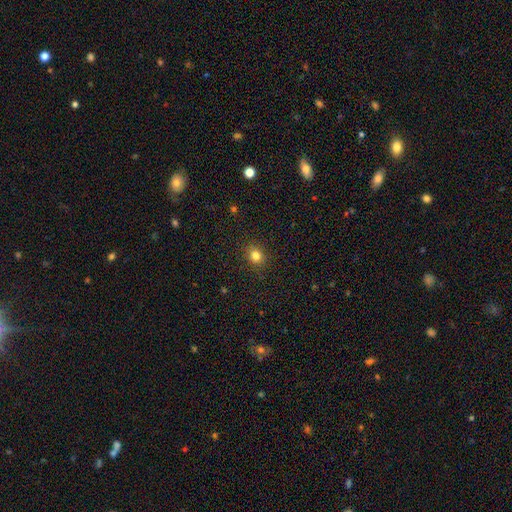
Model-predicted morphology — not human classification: The model was most divided on "how rounded": round: 68%, in between: 31%, cigar-shaped: 1%. More confident: merging — none (90%); smooth or featured — smooth (81%).